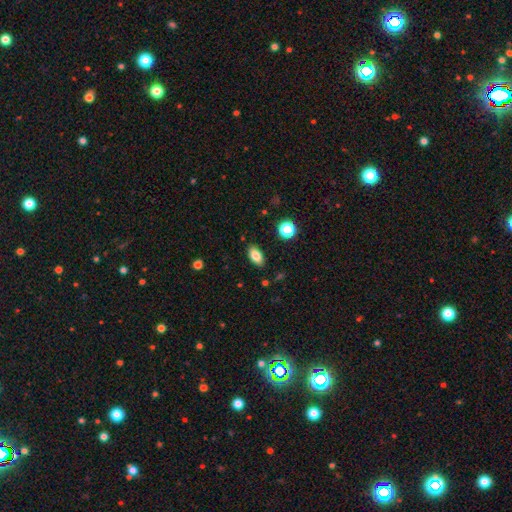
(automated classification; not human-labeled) Overall: smooth (82%). How rounded: in between (91%). Merging: none (87%).